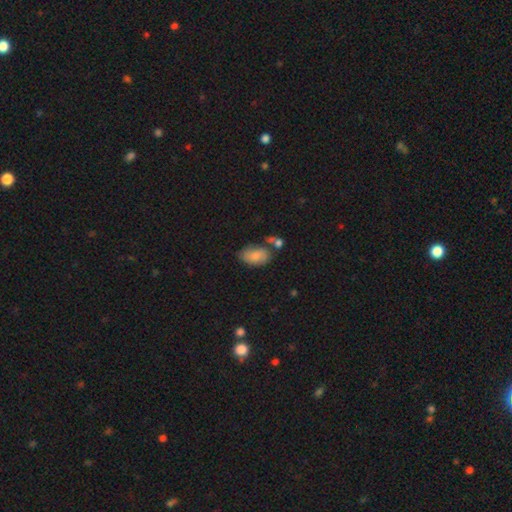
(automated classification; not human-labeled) Smooth or featured?
  - smooth: 71% *
  - featured or disk: 21%
  - star or artifact: 8%
How rounded?
  - in between: 91% *
  - round: 7%
  - cigar-shaped: 2%
Merging?
  - none: 52% *
  - minor disturbance: 25%
  - merger: 14%
  - major disturbance: 8%